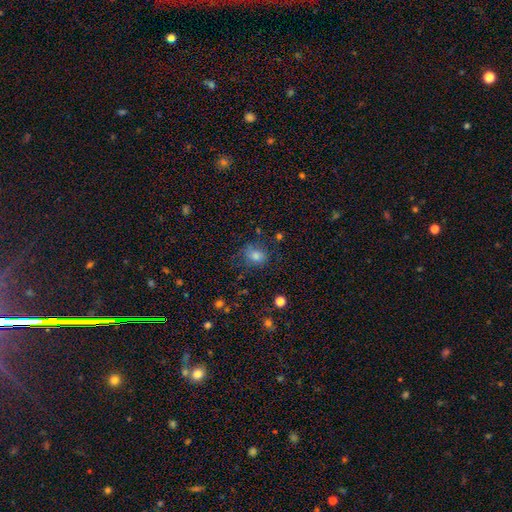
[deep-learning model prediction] A smooth galaxy with no disk features (73%) that is in between round and cigar-shaped (52%). Merging: none (64%).